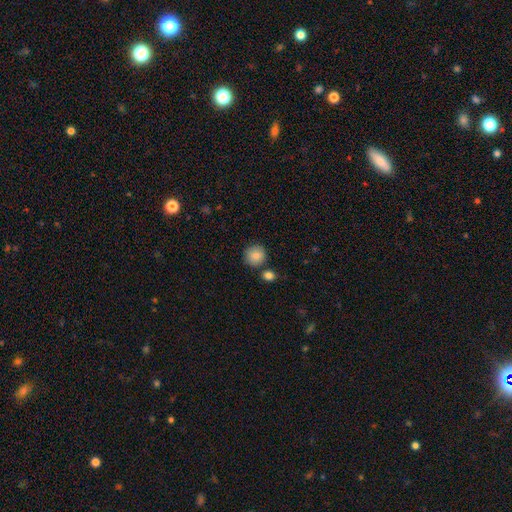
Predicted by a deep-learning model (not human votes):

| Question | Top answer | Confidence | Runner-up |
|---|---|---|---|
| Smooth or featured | smooth | 86% | star or artifact (8%) |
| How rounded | round | 91% | in between (8%) |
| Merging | none | 80% | minor disturbance (9%) |